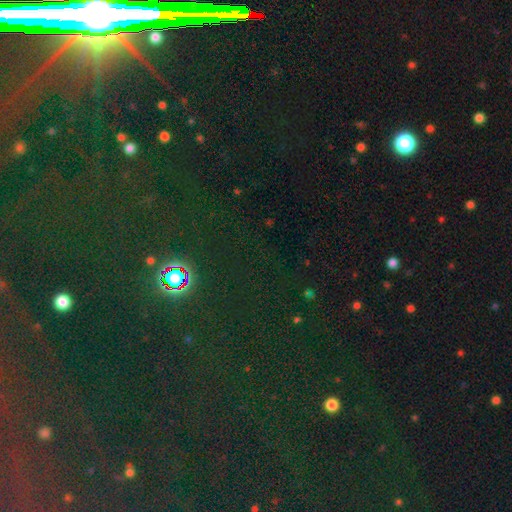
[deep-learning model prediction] This appears to be a star or artifact, not a galaxy (80%).